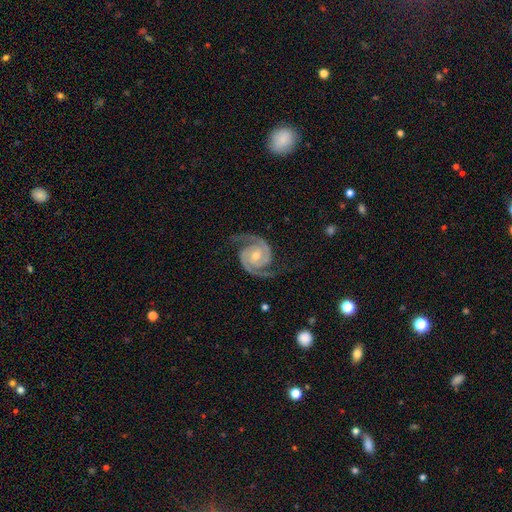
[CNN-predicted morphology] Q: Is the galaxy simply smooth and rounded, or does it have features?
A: featured or disk — 94%.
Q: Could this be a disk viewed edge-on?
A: no — 98%.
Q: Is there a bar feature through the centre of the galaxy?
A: no — 67%.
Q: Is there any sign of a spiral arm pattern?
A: yes — 99%.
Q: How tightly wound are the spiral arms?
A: tight — 47%.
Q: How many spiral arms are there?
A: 2 — 94%.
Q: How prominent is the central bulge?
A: moderate — 49%.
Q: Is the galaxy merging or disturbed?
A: none — 82%.